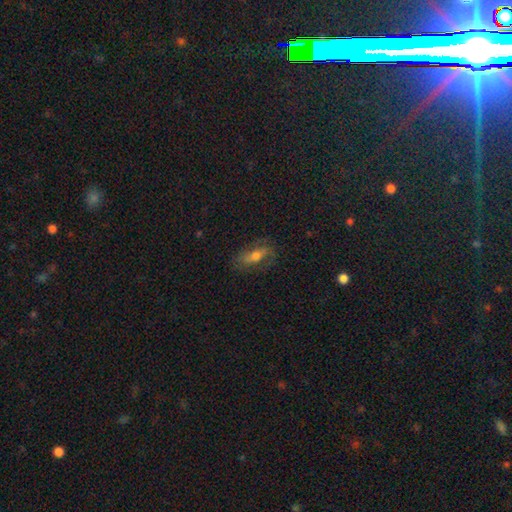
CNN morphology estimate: This appears to be a featured or disk galaxy (50%). Merging: none (74%).